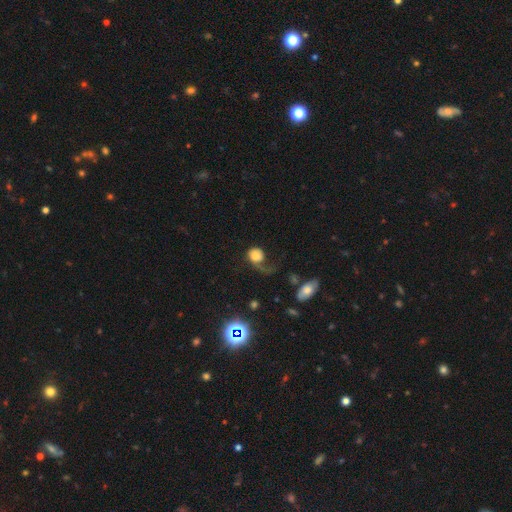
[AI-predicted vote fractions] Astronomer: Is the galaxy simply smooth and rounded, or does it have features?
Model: smooth — 54% (runner-up: featured or disk, 36%).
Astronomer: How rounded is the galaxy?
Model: round — 67%.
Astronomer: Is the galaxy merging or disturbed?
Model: major disturbance — 53%.